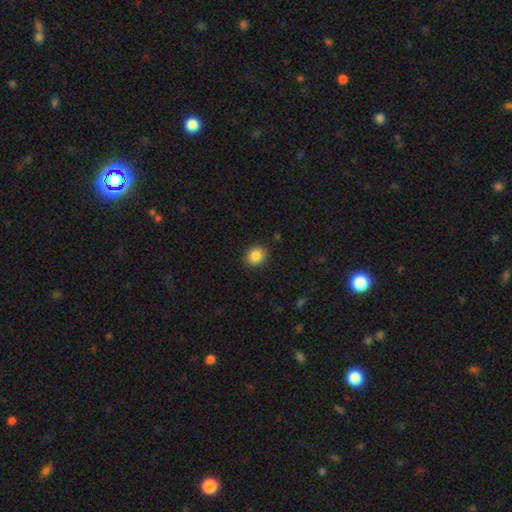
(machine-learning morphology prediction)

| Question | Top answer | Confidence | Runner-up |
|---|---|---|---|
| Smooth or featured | smooth | 86% | star or artifact (9%) |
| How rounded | round | 72% | in between (27%) |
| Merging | none | 90% | minor disturbance (7%) |